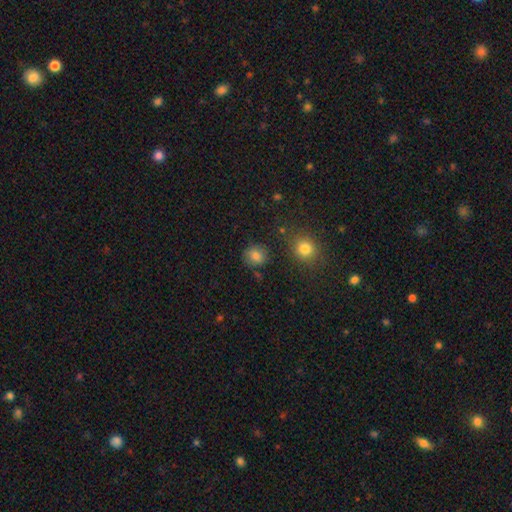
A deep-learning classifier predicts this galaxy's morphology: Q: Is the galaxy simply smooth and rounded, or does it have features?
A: smooth — 82%.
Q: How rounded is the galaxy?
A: round — 80%.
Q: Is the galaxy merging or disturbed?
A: none — 83%.